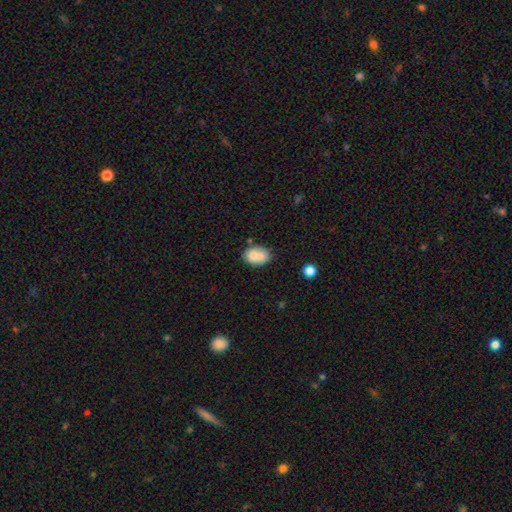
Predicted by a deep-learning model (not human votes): The model was most divided on "merging": none: 54%, merger: 23%, minor disturbance: 19%, major disturbance: 5%. More confident: how rounded — in between (77%); smooth or featured — smooth (77%).